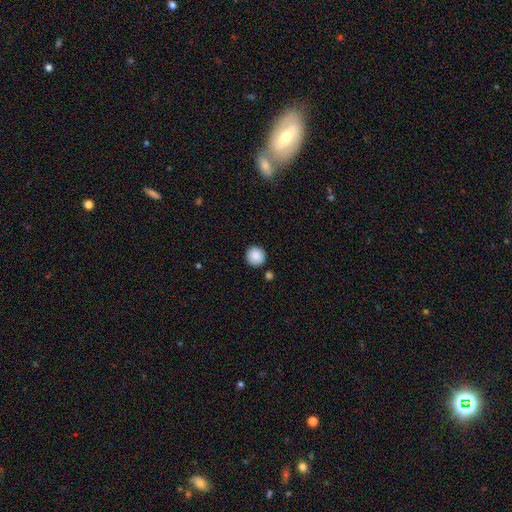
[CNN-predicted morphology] A smooth galaxy with no disk features (89%) that is round (94%).

Vote fractions:
- Smooth or featured? smooth: 89% / star or artifact: 8% / featured or disk: 3%
- How rounded? round: 94% / in between: 5% / cigar-shaped: 1%
- Merging? none: 89% / minor disturbance: 7% / merger: 3% / major disturbance: 2%